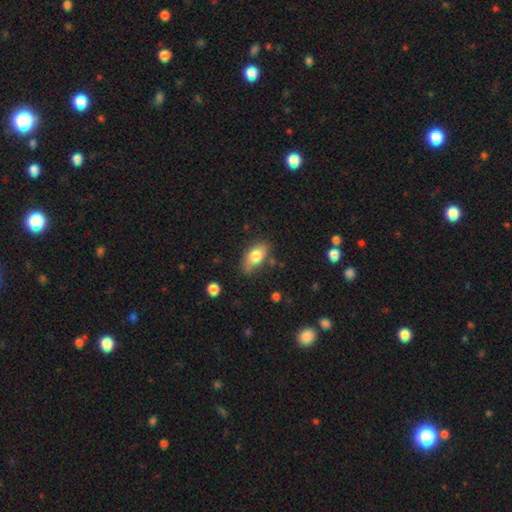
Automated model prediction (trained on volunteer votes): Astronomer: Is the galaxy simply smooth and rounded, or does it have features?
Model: smooth — 78%.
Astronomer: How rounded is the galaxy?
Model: in between — 89%.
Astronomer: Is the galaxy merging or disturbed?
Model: none — 71%.